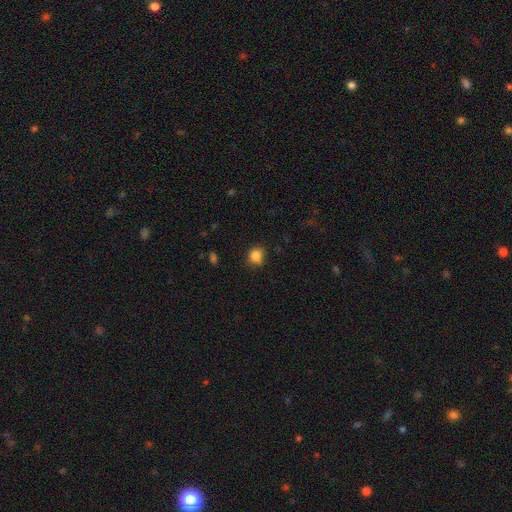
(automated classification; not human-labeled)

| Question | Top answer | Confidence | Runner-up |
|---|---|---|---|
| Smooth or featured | smooth | 85% | star or artifact (11%) |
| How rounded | round | 75% | in between (24%) |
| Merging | none | 74% | minor disturbance (20%) |